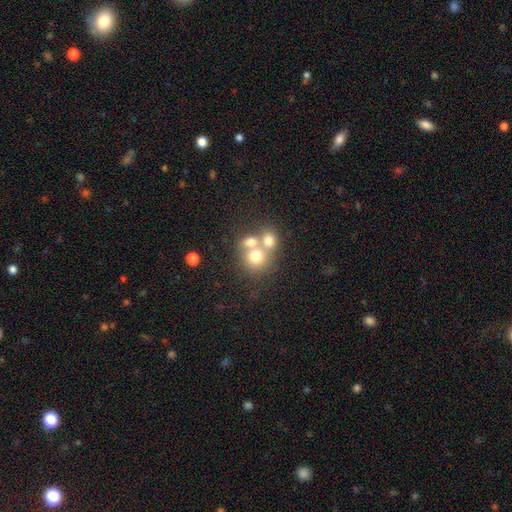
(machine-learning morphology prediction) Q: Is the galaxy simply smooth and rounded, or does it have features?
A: smooth — 68%.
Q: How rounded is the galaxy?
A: round — 79%.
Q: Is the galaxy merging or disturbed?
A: merger — 57%.